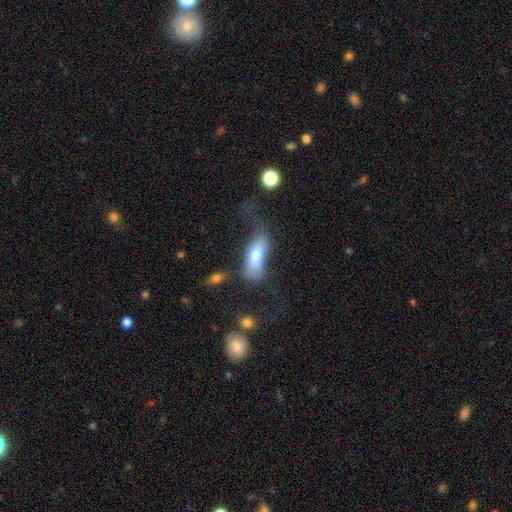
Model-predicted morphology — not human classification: smooth_or_featured: smooth (p=0.70) [alt: featured or disk p=0.23]
how_rounded: in between (p=0.73) [alt: cigar-shaped p=0.24]
merging: major disturbance (p=0.33) [tied with: none p=0.33]